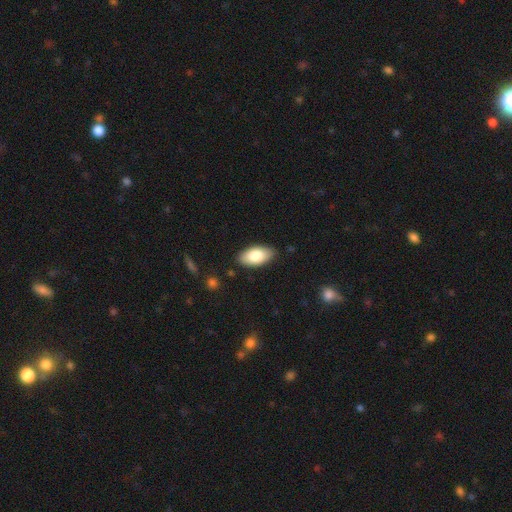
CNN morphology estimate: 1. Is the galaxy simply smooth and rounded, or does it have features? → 80% smooth, 13% featured or disk, 6% star or artifact.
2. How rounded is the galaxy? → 94% in between, 4% cigar-shaped, 3% round.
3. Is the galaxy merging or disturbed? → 86% none, 11% minor disturbance, 2% major disturbance, 1% merger.